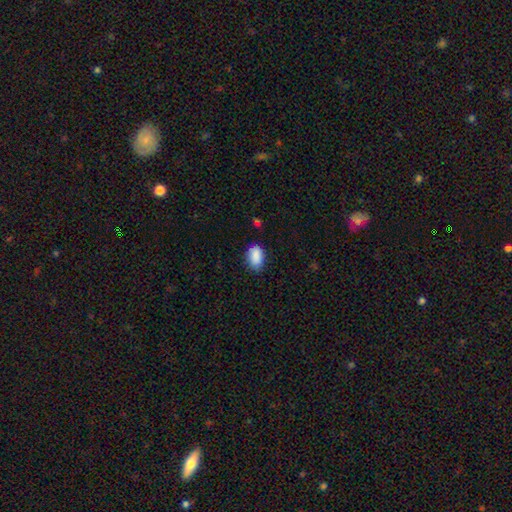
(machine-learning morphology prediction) Overall: smooth (89%). How rounded: in between (89%). Merging: none (76%).